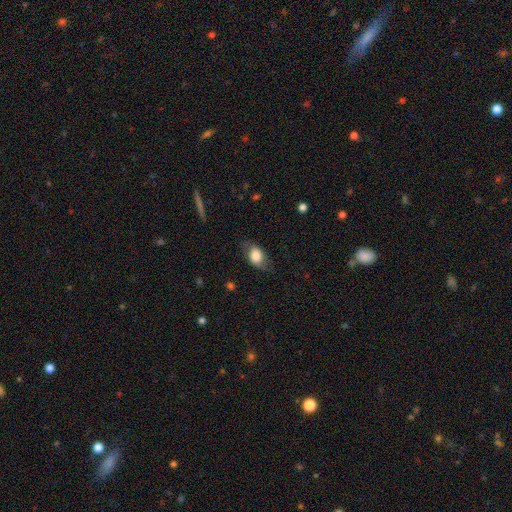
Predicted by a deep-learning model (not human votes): A smooth galaxy with no disk features (72%) that is in between round and cigar-shaped (82%). Merging: none (70%).